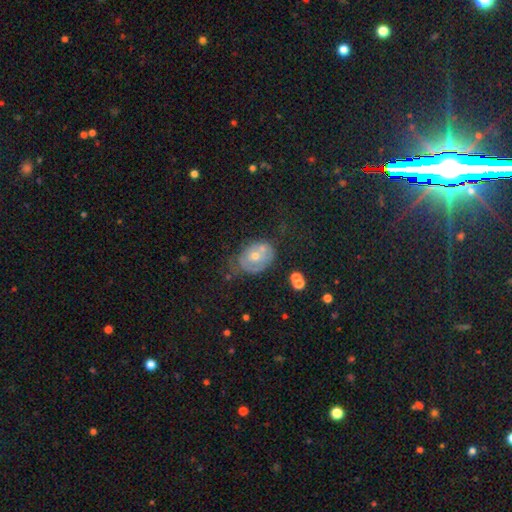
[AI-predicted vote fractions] The model was most divided on "smooth or featured": featured or disk: 49%, smooth: 35%, star or artifact: 15%. Remaining: merging — none (46%).